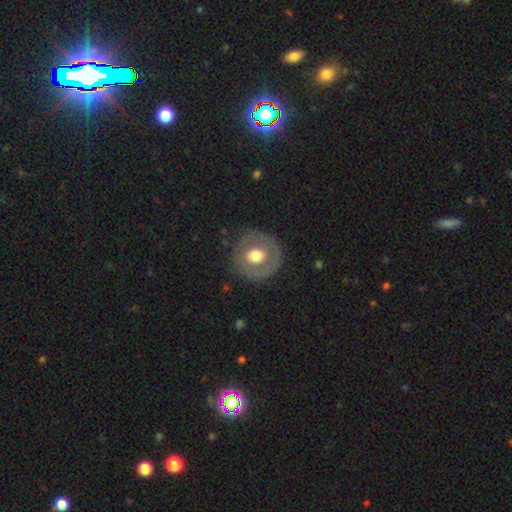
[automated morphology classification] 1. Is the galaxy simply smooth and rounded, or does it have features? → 50% smooth, 43% featured or disk, 7% star or artifact.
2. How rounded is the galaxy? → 91% round, 9% in between, 1% cigar-shaped.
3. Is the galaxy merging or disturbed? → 79% none, 13% minor disturbance, 7% major disturbance, 1% merger.